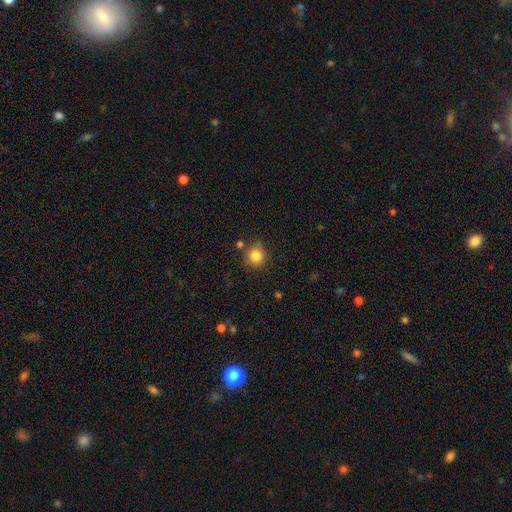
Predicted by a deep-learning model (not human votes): Smooth or featured?
  - smooth: 83% *
  - star or artifact: 11%
  - featured or disk: 6%
How rounded?
  - round: 90% *
  - in between: 9%
  - cigar-shaped: 1%
Merging?
  - none: 79% *
  - minor disturbance: 12%
  - merger: 6%
  - major disturbance: 3%